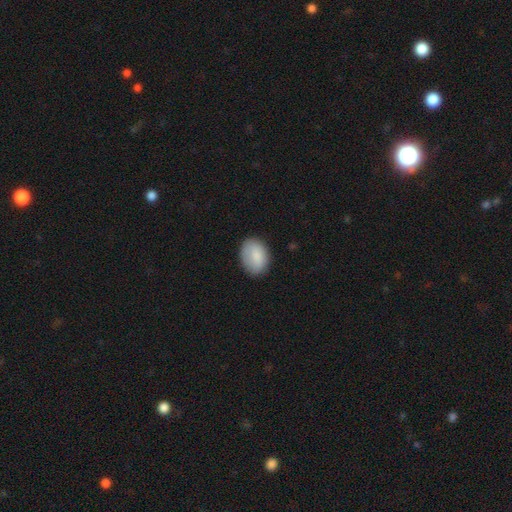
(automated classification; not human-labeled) Smooth or featured?
  - smooth: 85% *
  - featured or disk: 9%
  - star or artifact: 7%
How rounded?
  - in between: 79% *
  - round: 20%
  - cigar-shaped: 1%
Merging?
  - none: 80% *
  - minor disturbance: 15%
  - major disturbance: 3%
  - merger: 1%